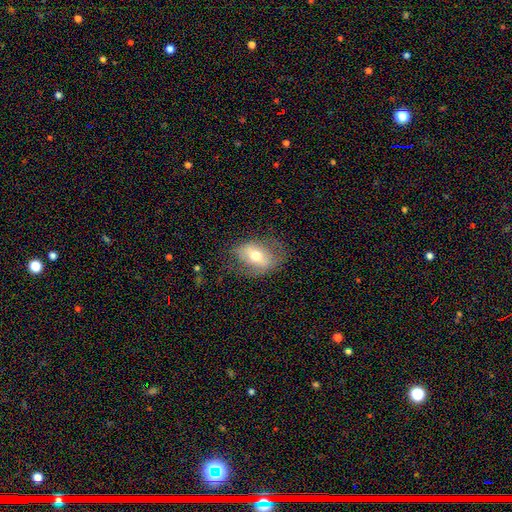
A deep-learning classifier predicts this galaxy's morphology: Q: Smooth or featured?
A: featured or disk (49%); runner-up: smooth (44%)
Q: Merging?
A: none (63%); runner-up: minor disturbance (22%)